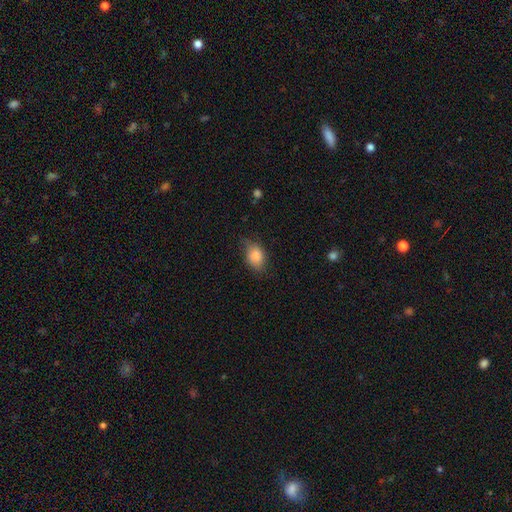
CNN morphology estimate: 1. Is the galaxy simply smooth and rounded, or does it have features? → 82% smooth, 10% featured or disk, 8% star or artifact.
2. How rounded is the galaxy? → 76% in between, 22% round, 2% cigar-shaped.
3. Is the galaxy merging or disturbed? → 62% none, 29% minor disturbance, 7% major disturbance, 1% merger.